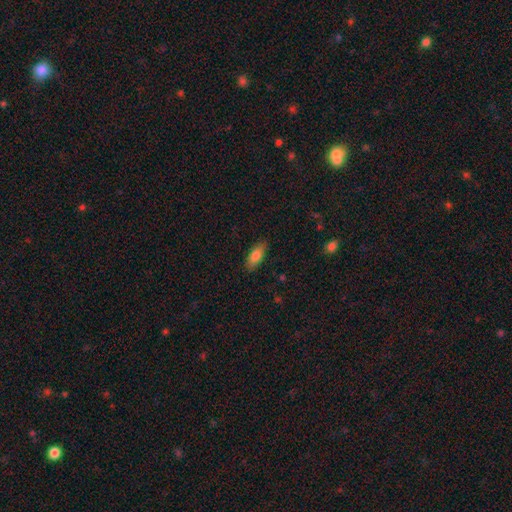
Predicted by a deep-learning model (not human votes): Smooth or featured: smooth — 80% (featured or disk — 13%)
How rounded: in between — 77% (cigar-shaped — 21%)
Merging: none — 85% (minor disturbance — 11%)